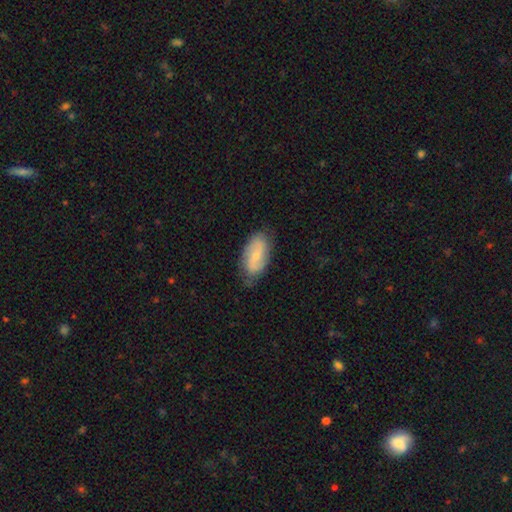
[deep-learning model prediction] Smooth or featured? featured or disk (56%)
Edge-on disk? no (94%)
Bar? weak (44%)
Spiral arms? yes (87%)
Bulge size? small (65%)
Merging? none (76%)